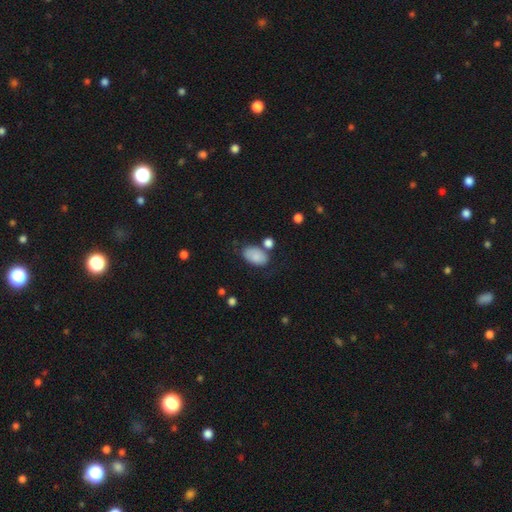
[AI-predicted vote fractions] smooth-or-featured: smooth: 86% | star or artifact: 8% | featured or disk: 7%
  how-rounded: in between: 92% | round: 7% | cigar-shaped: 1%
  merging: none: 66% | minor disturbance: 18% | merger: 11% | major disturbance: 6%